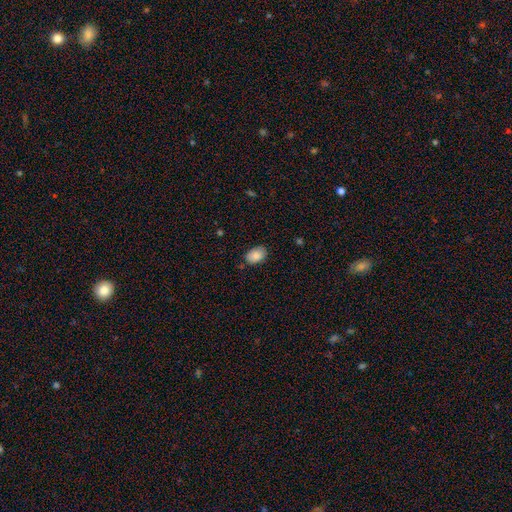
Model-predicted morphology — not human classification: type=smooth (86%); roundness=in between (85%); merging=none (80%).